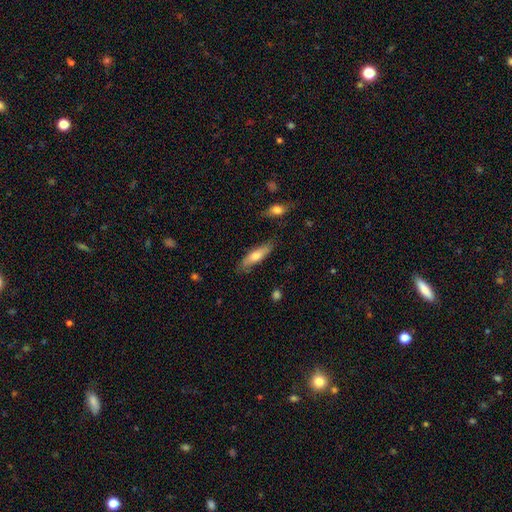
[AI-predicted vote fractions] smooth-or-featured: smooth: 65% | featured or disk: 29% | star or artifact: 6%
  how-rounded: cigar-shaped: 63% | in between: 35% | round: 2%
  merging: none: 79% | minor disturbance: 15% | major disturbance: 3% | merger: 3%